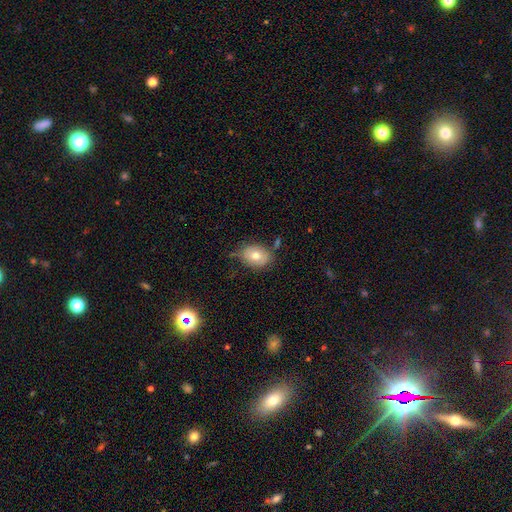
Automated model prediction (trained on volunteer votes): Smooth or featured?
  - smooth: 73% *
  - featured or disk: 19%
  - star or artifact: 8%
How rounded?
  - in between: 68% *
  - round: 31%
  - cigar-shaped: 1%
Merging?
  - none: 69% *
  - minor disturbance: 22%
  - major disturbance: 5%
  - merger: 4%